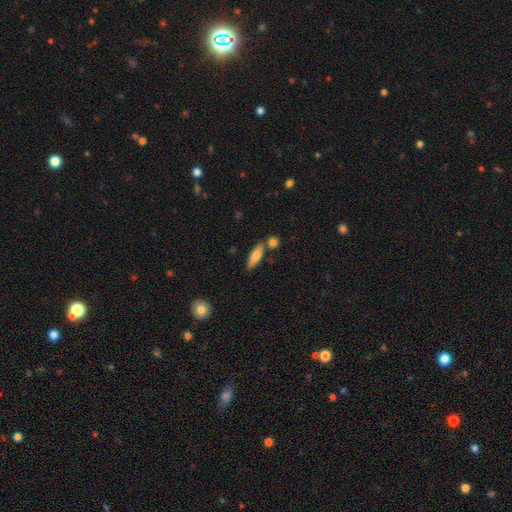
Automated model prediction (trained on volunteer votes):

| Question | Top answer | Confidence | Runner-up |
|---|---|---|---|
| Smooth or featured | smooth | 76% | featured or disk (18%) |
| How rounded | in between | 49% | tied: cigar-shaped (49%) |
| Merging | none | 72% | merger (13%) |